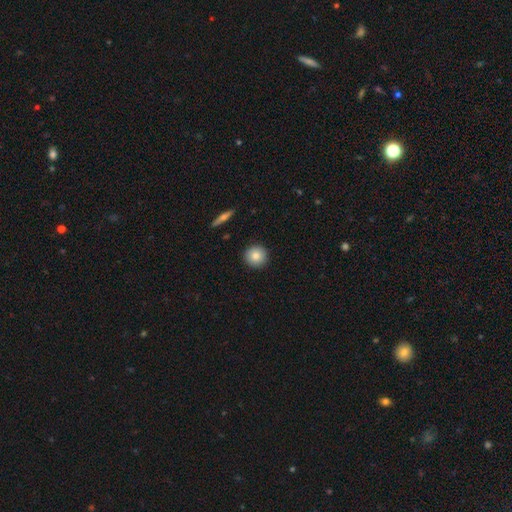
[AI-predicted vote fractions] Smooth or featured? Predicted: smooth (p=0.85). How rounded? Predicted: round (p=0.94). Merging? Predicted: none (p=0.92).